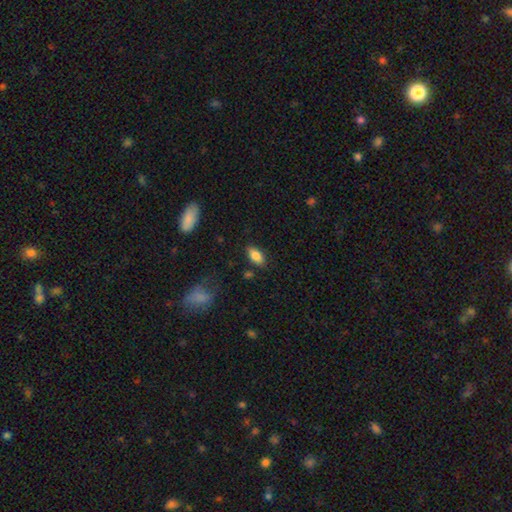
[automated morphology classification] smooth 83%, featured or disk 10%, star or artifact 8%. Down the decision tree: how rounded — in between (90%); merging — none (83%).